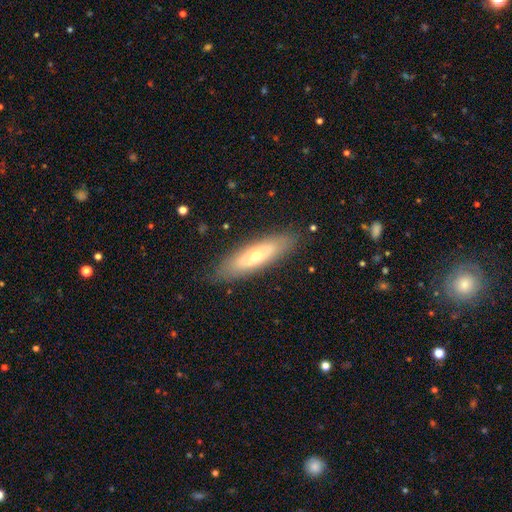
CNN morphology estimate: type=featured or disk (51%); edge-on=no (61%); merging=none (83%).